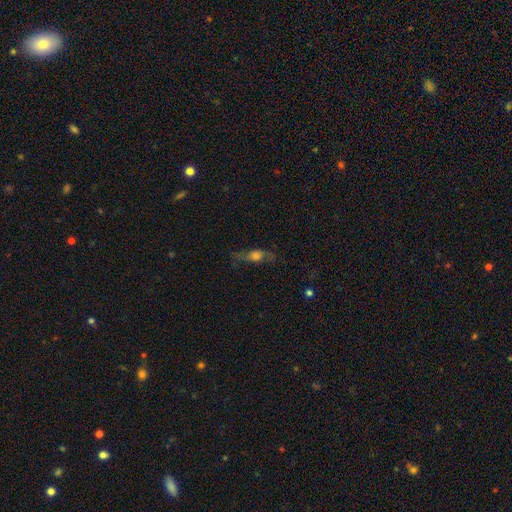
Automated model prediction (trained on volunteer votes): featured or disk 48%, smooth 40%, star or artifact 12%. Down the decision tree: merging — none (63%).